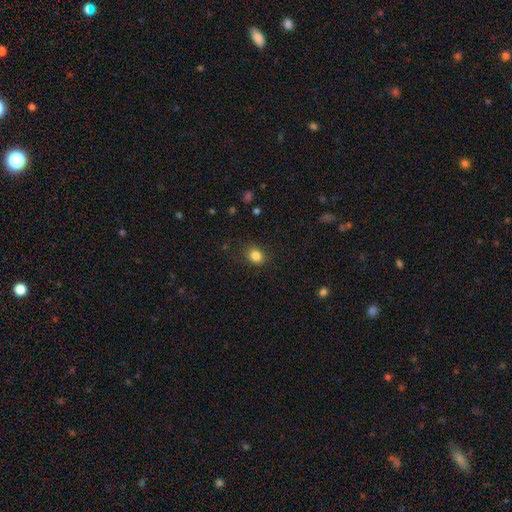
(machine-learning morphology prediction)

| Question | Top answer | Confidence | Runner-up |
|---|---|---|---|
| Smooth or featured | smooth | 84% | star or artifact (11%) |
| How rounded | round | 54% | in between (45%) |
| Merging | none | 86% | minor disturbance (10%) |